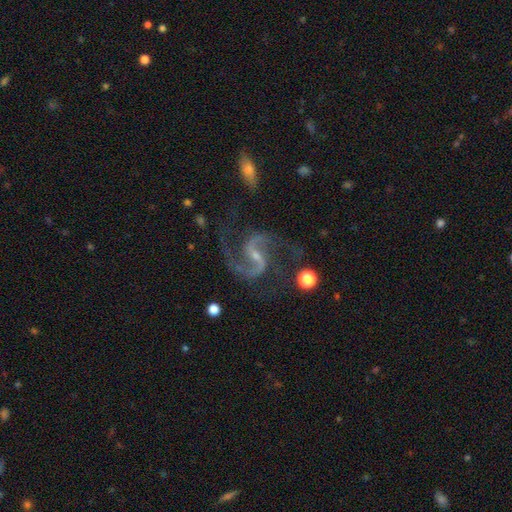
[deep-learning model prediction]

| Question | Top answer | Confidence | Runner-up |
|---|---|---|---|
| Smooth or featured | featured or disk | 93% | star or artifact (5%) |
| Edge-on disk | no | 98% | yes (2%) |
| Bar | weak | 47% | strong (30%) |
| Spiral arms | yes | 98% | no (2%) |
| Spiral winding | medium | 54% | loose (37%) |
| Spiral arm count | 2 | 94% | 3 (1%) |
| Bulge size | small | 71% | moderate (20%) |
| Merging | none | 72% | minor disturbance (16%) |